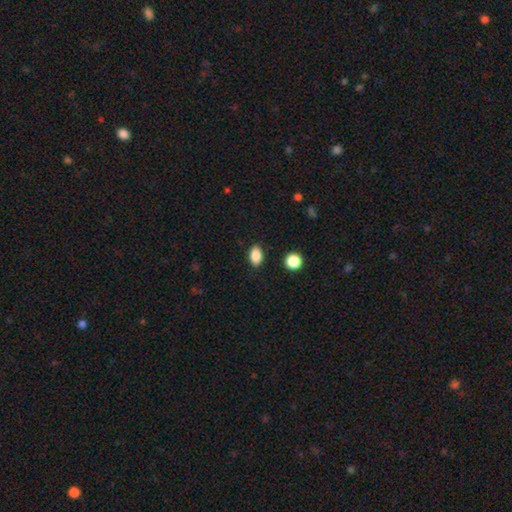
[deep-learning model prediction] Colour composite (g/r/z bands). It shows a smooth galaxy with no disk features (87%) that is in between round and cigar-shaped (87%). Merging: none (87%).